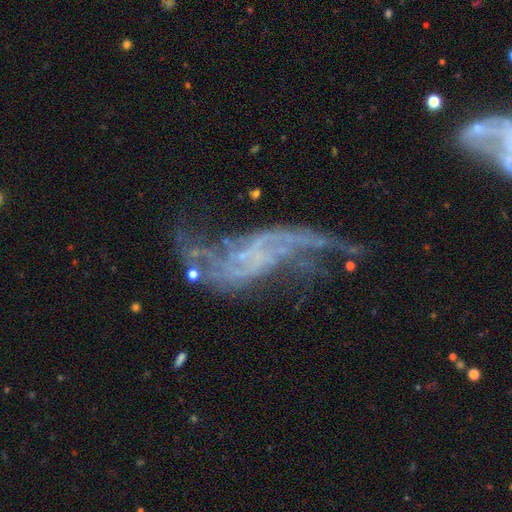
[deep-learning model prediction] The model was most divided on "merging": major disturbance: 40%, none: 34%, minor disturbance: 17%, merger: 10%. More confident: edge-on disk — no (92%); spiral winding — loose (87%); spiral arms — yes (80%); smooth or featured — featured or disk (80%); spiral arm count — 2 (73%); bulge size — none (70%); bar — no (61%).